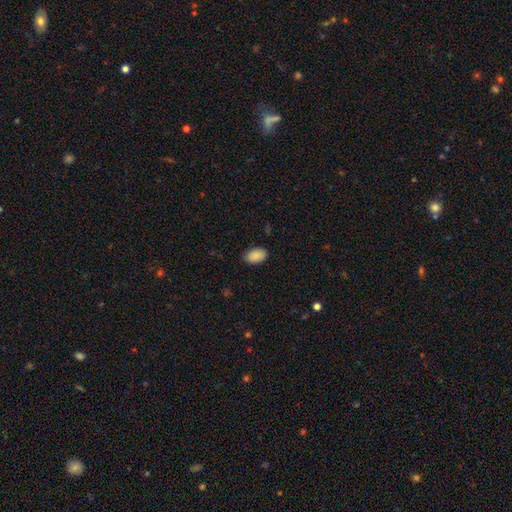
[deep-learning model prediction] Overall: smooth (89%). How rounded: in between (92%). Merging: none (86%).